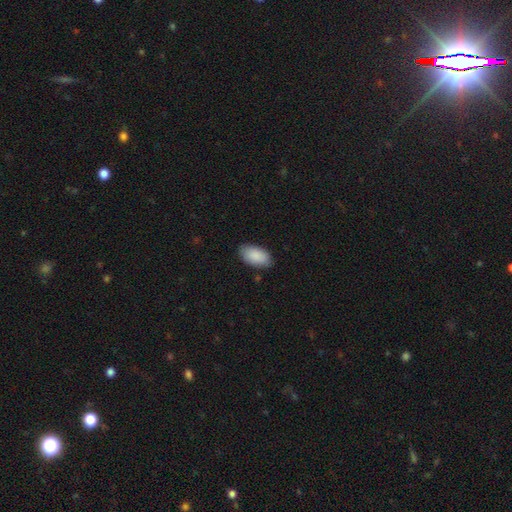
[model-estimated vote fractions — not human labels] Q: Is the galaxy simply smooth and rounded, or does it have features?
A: smooth — 90%.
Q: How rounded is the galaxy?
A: in between — 95%.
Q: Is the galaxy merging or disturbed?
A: none — 83%.